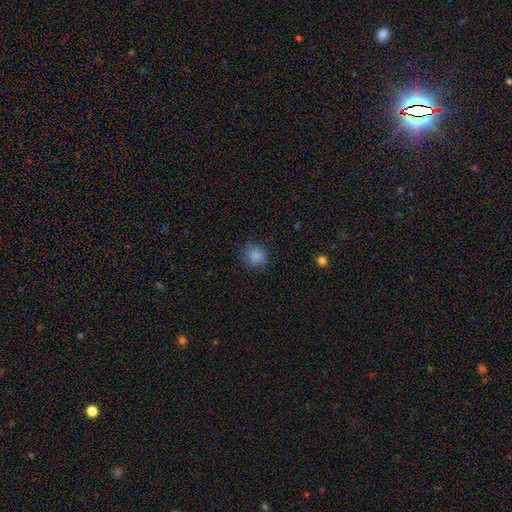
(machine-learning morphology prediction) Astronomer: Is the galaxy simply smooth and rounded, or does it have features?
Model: smooth — 86%.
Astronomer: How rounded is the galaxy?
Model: round — 88%.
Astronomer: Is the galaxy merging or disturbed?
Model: none — 83%.